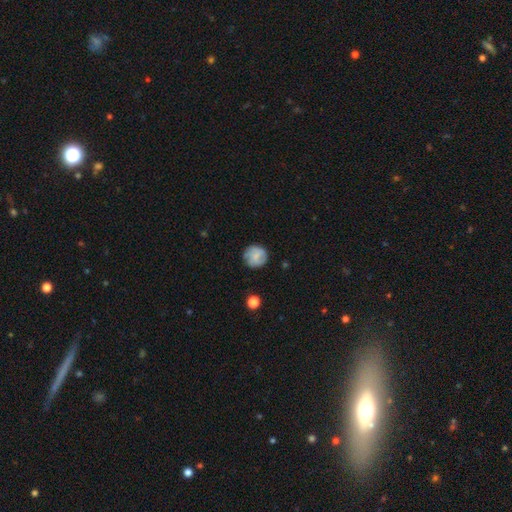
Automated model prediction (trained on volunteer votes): Morphology: type=smooth (58%); roundness=round (89%); merging=none (78%).